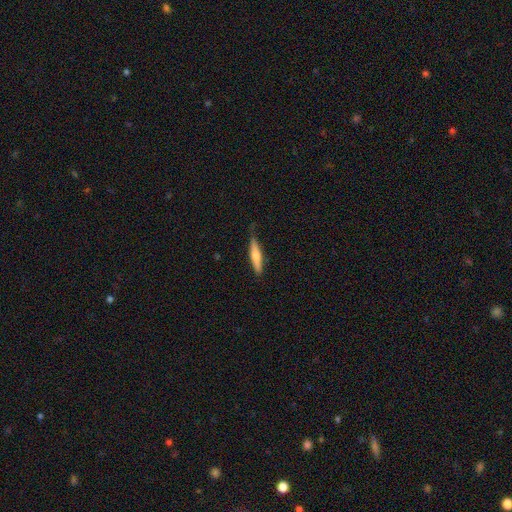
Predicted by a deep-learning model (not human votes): Overall: smooth (60%; featured or disk 35%). How rounded: cigar-shaped (87%). Merging: none (79%).